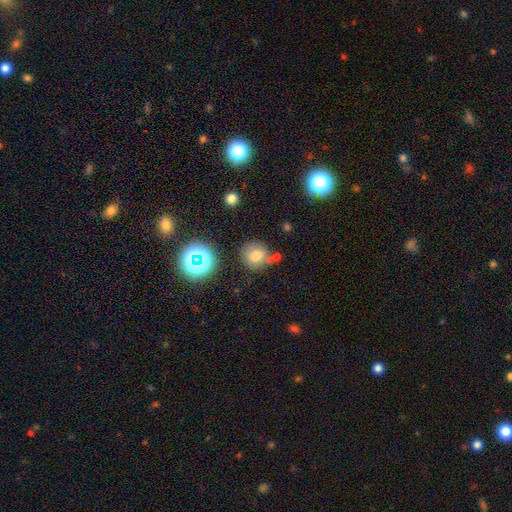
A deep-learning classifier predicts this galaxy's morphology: This is likely a smooth galaxy (72%). How rounded: clearly round (86%). Merging: likely none (67%).